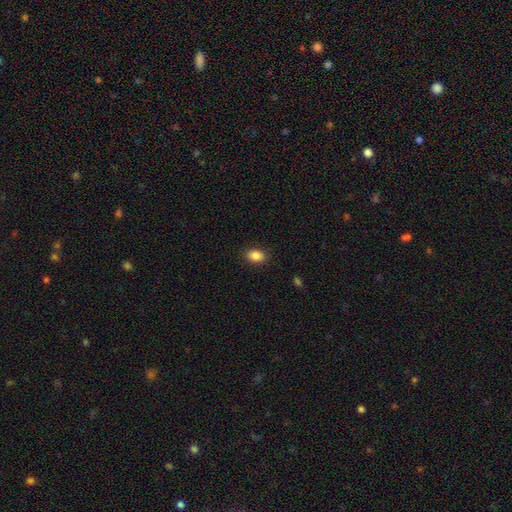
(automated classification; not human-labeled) smooth-or-featured: smooth: 87% | star or artifact: 8% | featured or disk: 5%
  how-rounded: in between: 84% | round: 15% | cigar-shaped: 1%
  merging: none: 88% | minor disturbance: 8% | major disturbance: 2% | merger: 1%